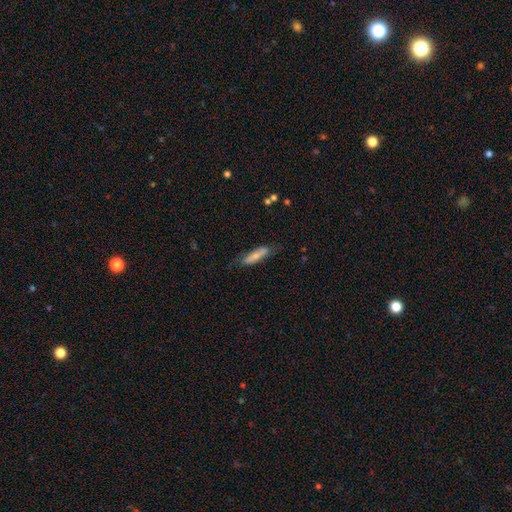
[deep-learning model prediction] Smooth or featured? smooth (63%)
How rounded? cigar-shaped (64%)
Merging? none (67%)